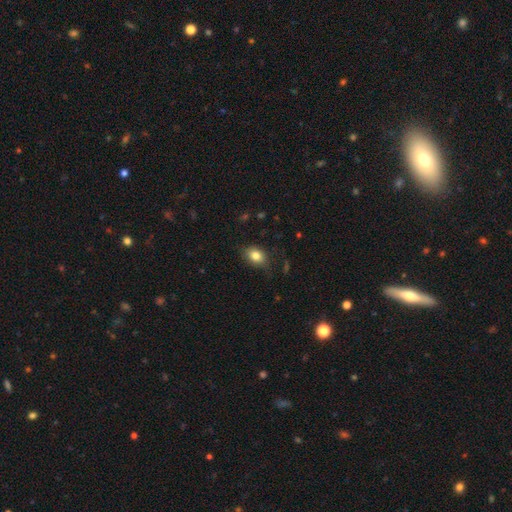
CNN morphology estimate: Smooth or featured?
  - smooth: 83% *
  - star or artifact: 9%
  - featured or disk: 8%
How rounded?
  - in between: 68% *
  - round: 31%
  - cigar-shaped: 1%
Merging?
  - none: 77% *
  - minor disturbance: 17%
  - major disturbance: 4%
  - merger: 1%